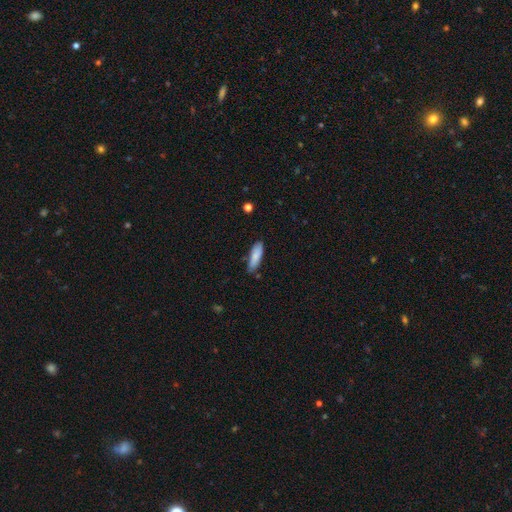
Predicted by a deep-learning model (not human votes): smooth_or_featured: smooth (p=0.83) [alt: featured or disk p=0.11]
how_rounded: cigar-shaped (p=0.53) [alt: in between p=0.46]
merging: none (p=0.78) [alt: minor disturbance p=0.17]